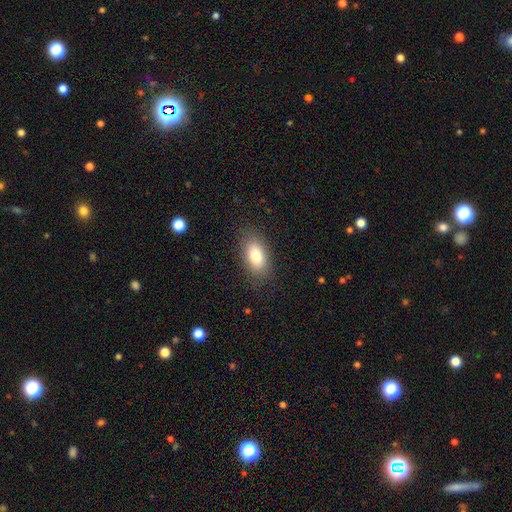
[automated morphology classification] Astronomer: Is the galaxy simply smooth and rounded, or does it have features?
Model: smooth — 81%.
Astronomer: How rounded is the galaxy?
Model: in between — 90%.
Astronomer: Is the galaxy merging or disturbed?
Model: none — 84%.